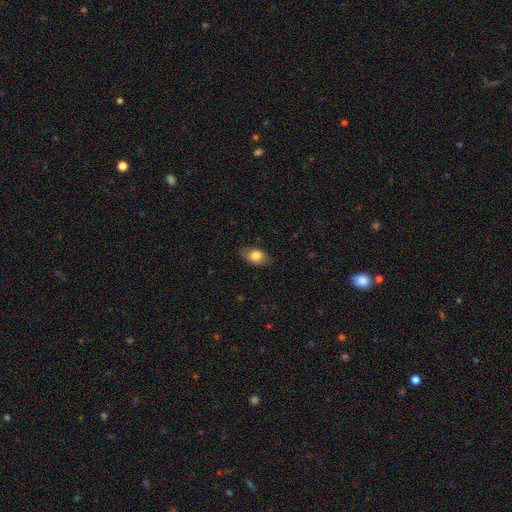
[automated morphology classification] Overall: smooth (81%). How rounded: in between (86%). Merging: none (81%).